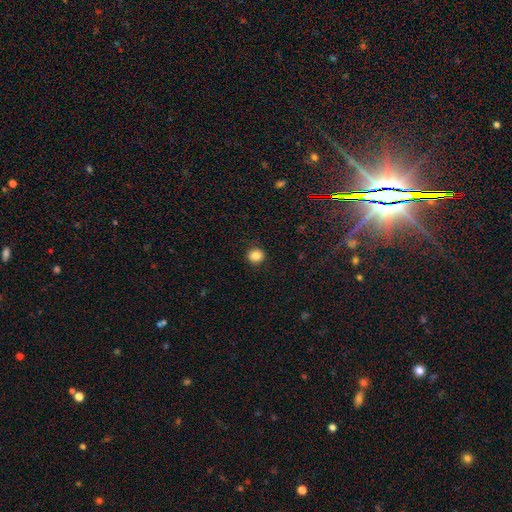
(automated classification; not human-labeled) A smooth galaxy with no disk features (84%) that is round (90%). Merging: none (91%).